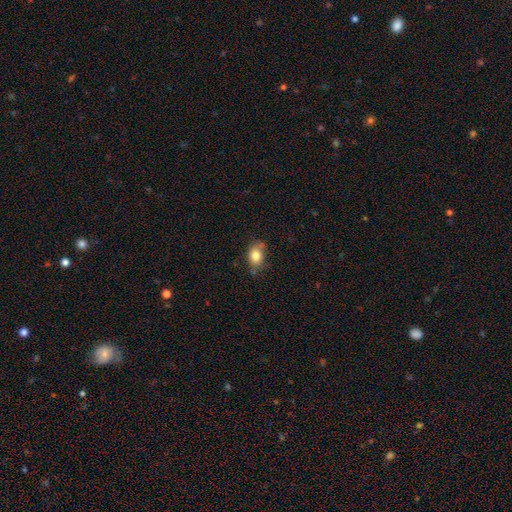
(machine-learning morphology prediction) A smooth galaxy with no disk features (82%) that is in between round and cigar-shaped (71%).

Vote fractions:
- Smooth or featured? smooth: 82% / star or artifact: 9% / featured or disk: 9%
- How rounded? in between: 71% / round: 28% / cigar-shaped: 1%
- Merging? none: 67% / minor disturbance: 24% / major disturbance: 5% / merger: 5%